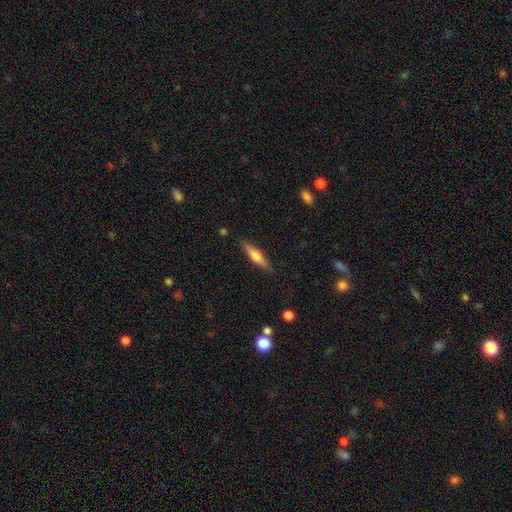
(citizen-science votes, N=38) Volunteers were most divided on "smooth or featured": featured or disk: 61%, smooth: 39%, star or artifact: 0%. More confident: edge-on disk — yes (100%); merging — none (84%); edge-on bulge — rounded (78%).